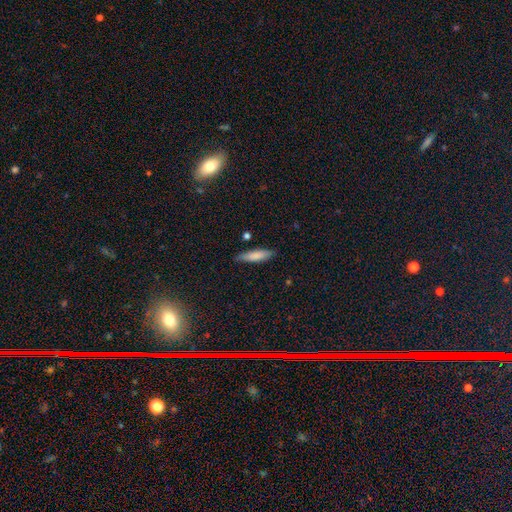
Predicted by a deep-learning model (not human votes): Smooth or featured: smooth — 80% (featured or disk — 14%)
How rounded: cigar-shaped — 73% (in between — 25%)
Merging: none — 83% (minor disturbance — 13%)